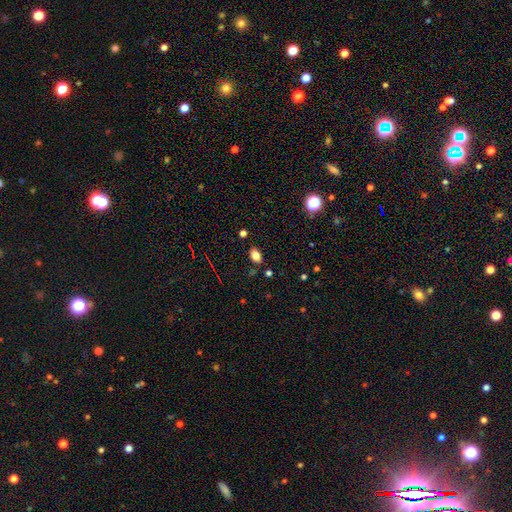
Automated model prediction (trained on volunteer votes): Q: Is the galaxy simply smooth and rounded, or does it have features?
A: smooth — 81%.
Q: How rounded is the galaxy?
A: in between — 83%.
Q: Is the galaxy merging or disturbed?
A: none — 84%.